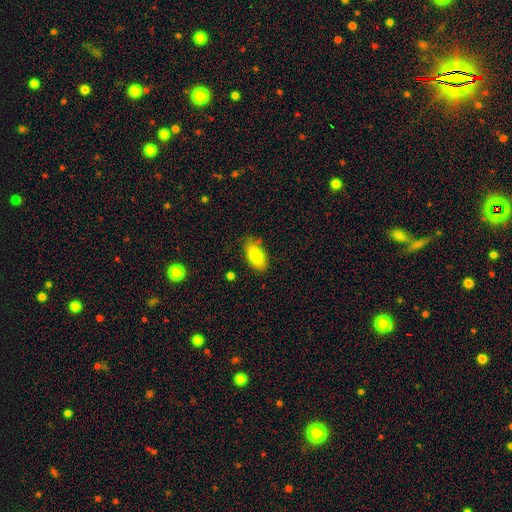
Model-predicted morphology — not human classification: Smooth or featured? Predicted: smooth (p=0.80). How rounded? Predicted: in between (p=0.91). Merging? Predicted: none (p=0.80).